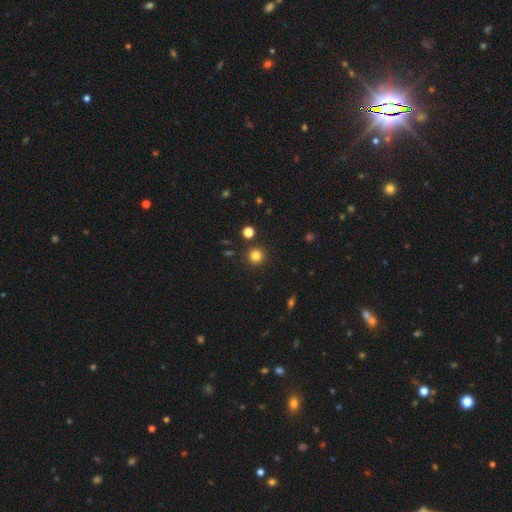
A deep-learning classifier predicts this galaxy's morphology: type=smooth (81%); roundness=round (95%); merging=none (90%).